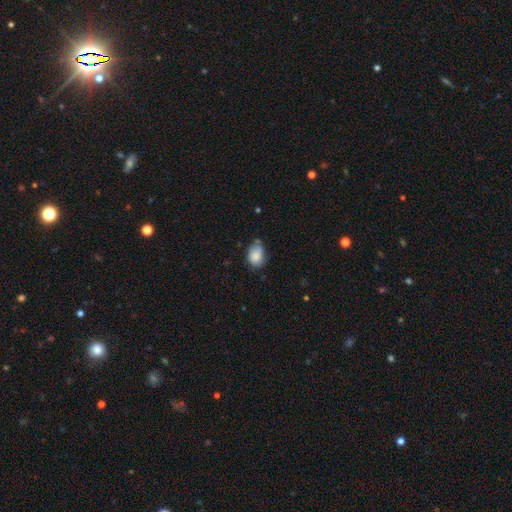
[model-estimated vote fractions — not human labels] Smooth or featured: smooth — 83% (featured or disk — 9%)
How rounded: in between — 73% (round — 26%)
Merging: none — 49% (minor disturbance — 36%)